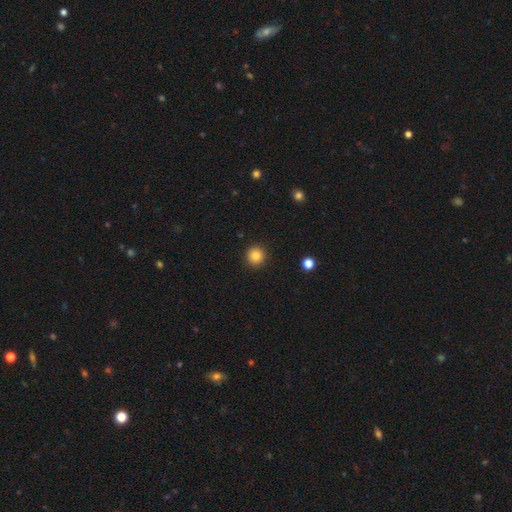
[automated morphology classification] A smooth galaxy with no disk features (84%) that is round (94%). Merging: none (93%).